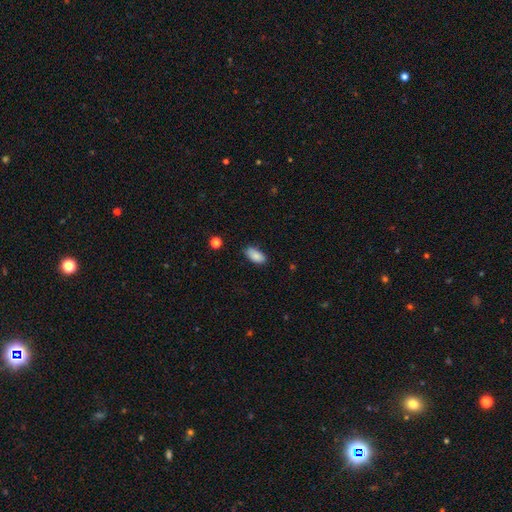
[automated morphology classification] A smooth galaxy with no disk features (87%) that is in between round and cigar-shaped (91%). Merging: none (81%).